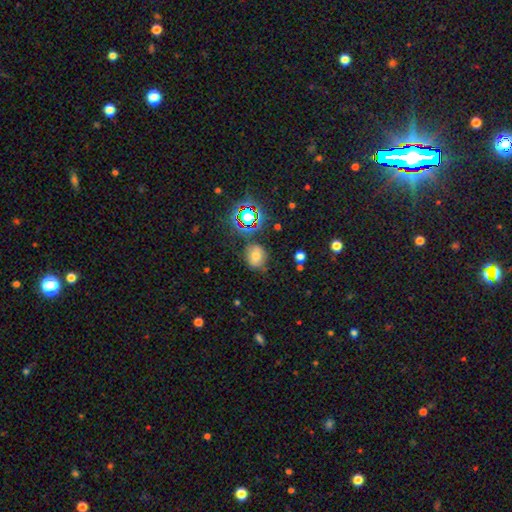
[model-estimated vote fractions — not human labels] Smooth or featured?
  - smooth: 61% *
  - star or artifact: 24%
  - featured or disk: 15%
How rounded?
  - round: 70% *
  - in between: 28%
  - cigar-shaped: 1%
Merging?
  - none: 71% *
  - minor disturbance: 19%
  - major disturbance: 6%
  - merger: 4%